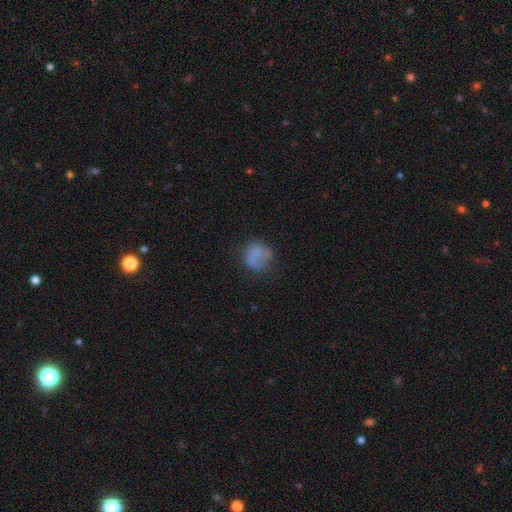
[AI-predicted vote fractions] Morphology: type=smooth (72%); roundness=round (72%); merging=none (52%).